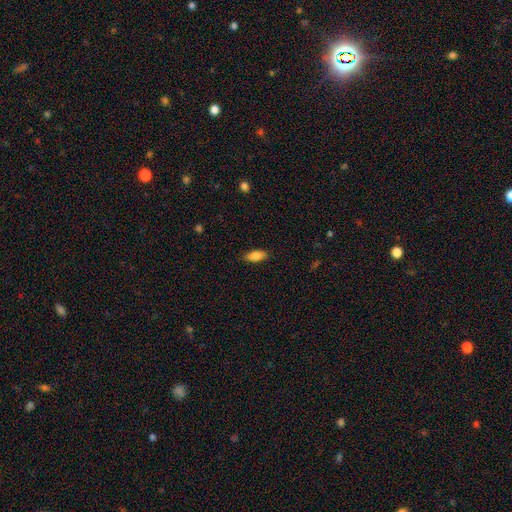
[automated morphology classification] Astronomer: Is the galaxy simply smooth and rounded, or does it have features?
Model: smooth — 84%.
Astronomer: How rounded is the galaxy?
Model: in between — 82%.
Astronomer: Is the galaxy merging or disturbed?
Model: none — 87%.